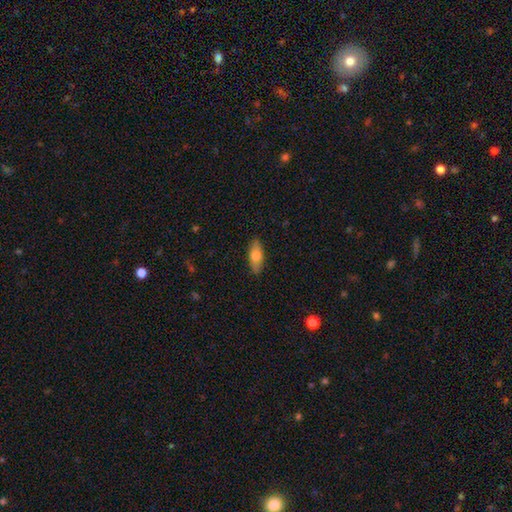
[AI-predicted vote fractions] A smooth galaxy with no disk features (68%) that is in between round and cigar-shaped (70%). Merging: none (88%).